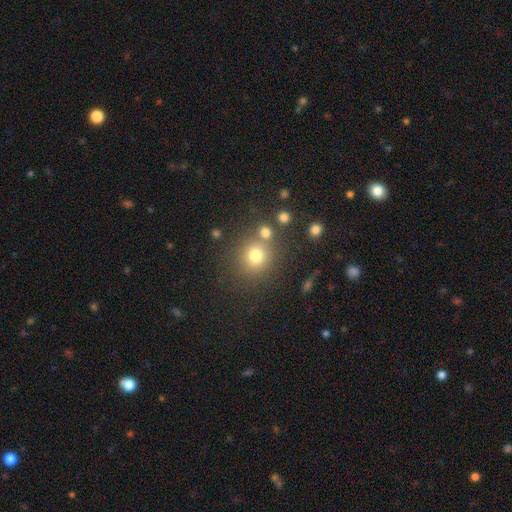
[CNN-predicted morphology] smooth_or_featured: smooth (p=0.75) [alt: star or artifact p=0.16]
how_rounded: round (p=0.88) [alt: in between p=0.11]
merging: none (p=0.73) [alt: merger p=0.13]